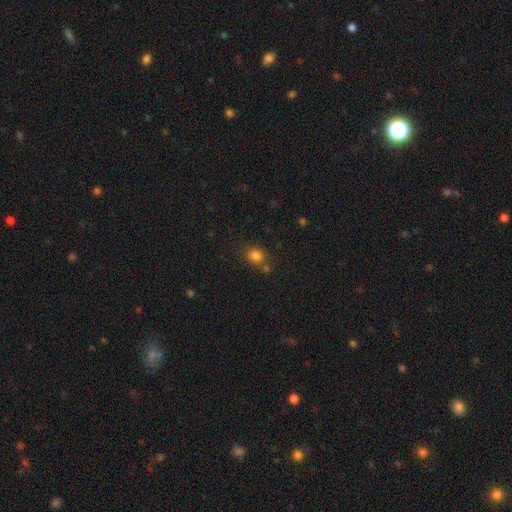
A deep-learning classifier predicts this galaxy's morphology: The model was most divided on "how rounded": round: 62%, in between: 37%, cigar-shaped: 1%. More confident: smooth or featured — smooth (81%); merging — none (73%).